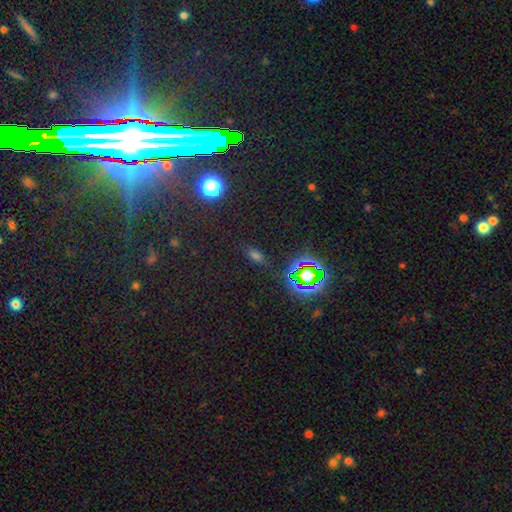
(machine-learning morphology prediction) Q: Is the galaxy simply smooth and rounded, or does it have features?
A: star or artifact — 50%.